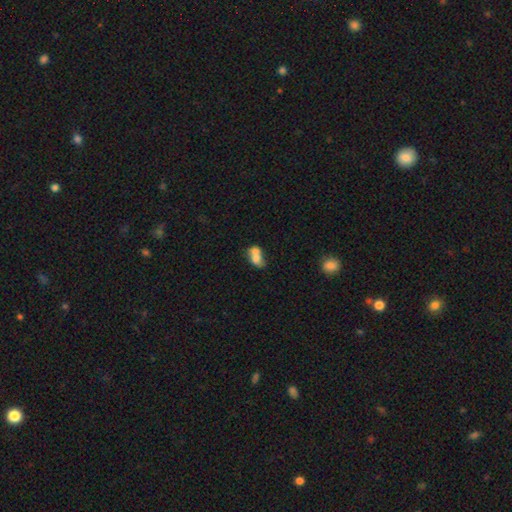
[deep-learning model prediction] Morphology: type=smooth (65%); roundness=in between (68%); merging=merger (67%).